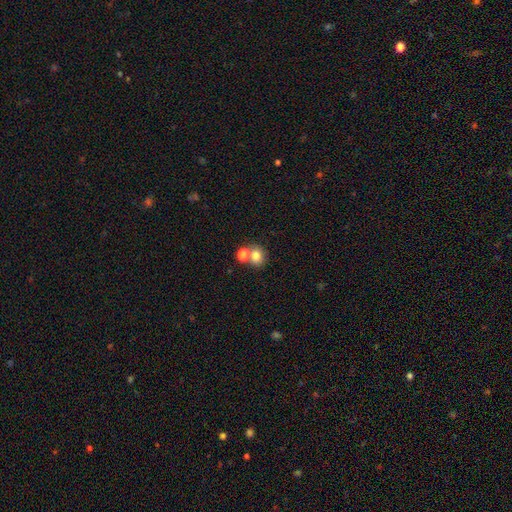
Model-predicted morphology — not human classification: Smooth or featured: smooth — 78% (star or artifact — 13%)
How rounded: round — 65% (in between — 34%)
Merging: none — 53% (merger — 35%)